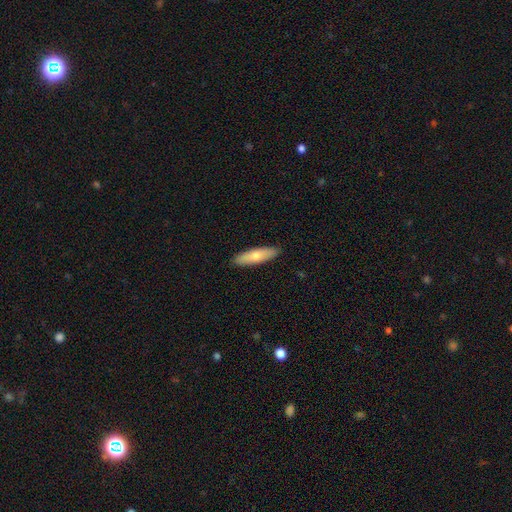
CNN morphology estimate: Smooth or featured?
  - smooth: 72% *
  - featured or disk: 23%
  - star or artifact: 6%
How rounded?
  - cigar-shaped: 59% *
  - in between: 40%
  - round: 2%
Merging?
  - none: 90% *
  - minor disturbance: 8%
  - major disturbance: 2%
  - merger: 1%